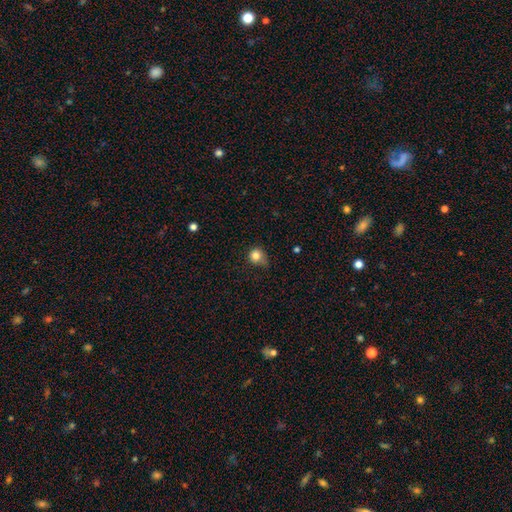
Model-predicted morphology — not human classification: smooth 82%, star or artifact 11%, featured or disk 7%. Down the decision tree: how rounded — round (85%); merging — none (55%).